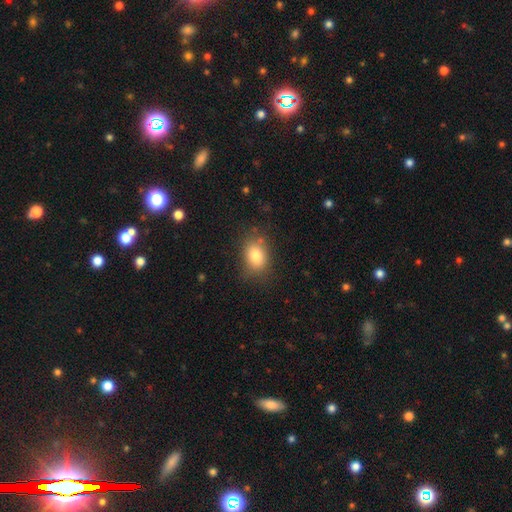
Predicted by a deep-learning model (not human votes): Morphology: type=smooth (81%); roundness=in between (74%); merging=none (76%).